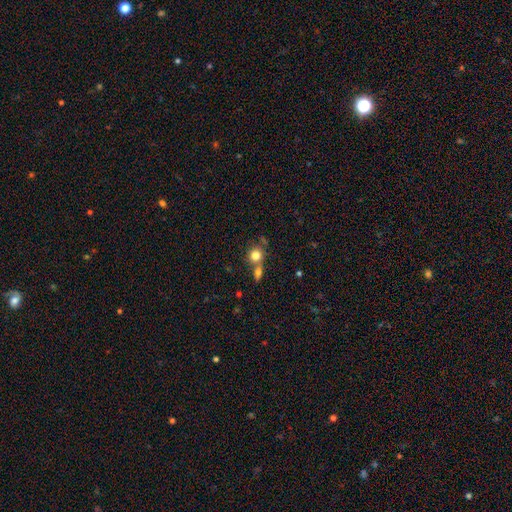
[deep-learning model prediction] This is clearly a smooth galaxy (80%). How rounded: clearly round (85%). Merging: possibly none (53%).